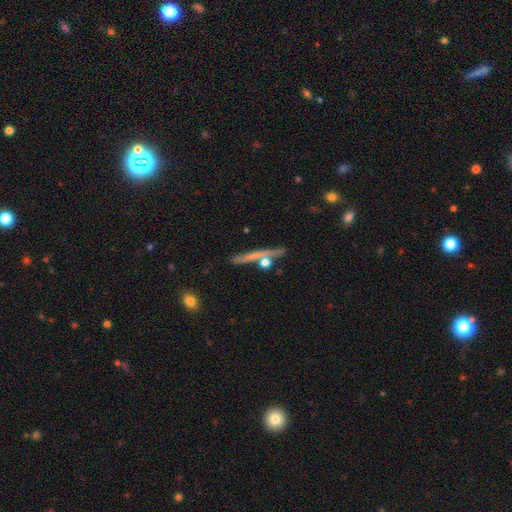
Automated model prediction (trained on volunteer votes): Smooth or featured: featured or disk — 60% (smooth — 32%)
Edge-on disk: yes — 94% (no — 6%)
Edge-on bulge: rounded — 49% (none — 44%)
Merging: none — 78% (minor disturbance — 10%)